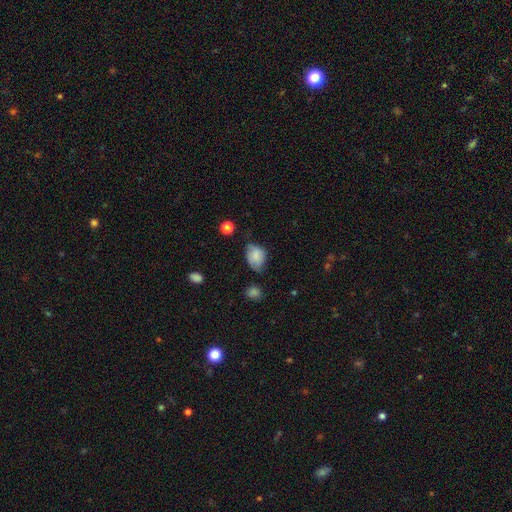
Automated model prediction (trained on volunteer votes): Smooth or featured? Predicted: smooth (p=0.73). How rounded? Predicted: in between (p=0.72). Merging? Predicted: none (p=0.46).